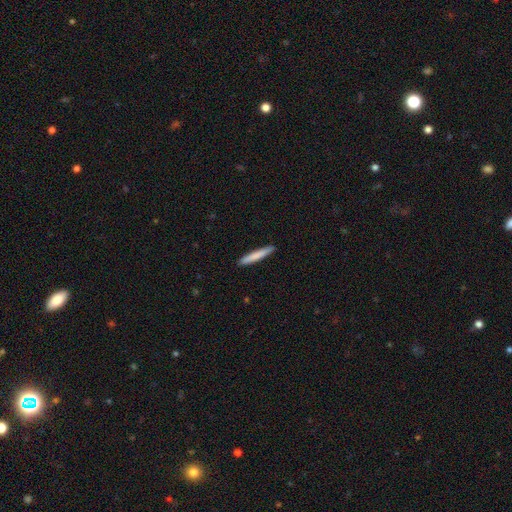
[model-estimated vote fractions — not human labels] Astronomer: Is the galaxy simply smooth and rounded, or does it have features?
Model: smooth — 79%.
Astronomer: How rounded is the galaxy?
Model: cigar-shaped — 95%.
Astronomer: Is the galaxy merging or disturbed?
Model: none — 91%.